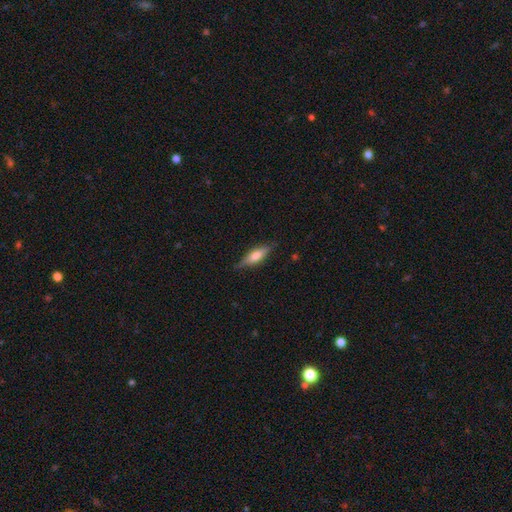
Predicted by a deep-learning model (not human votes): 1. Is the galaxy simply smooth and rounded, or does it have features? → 50% smooth, 44% featured or disk, 6% star or artifact.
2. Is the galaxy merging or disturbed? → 82% none, 14% minor disturbance, 3% major disturbance, 1% merger.